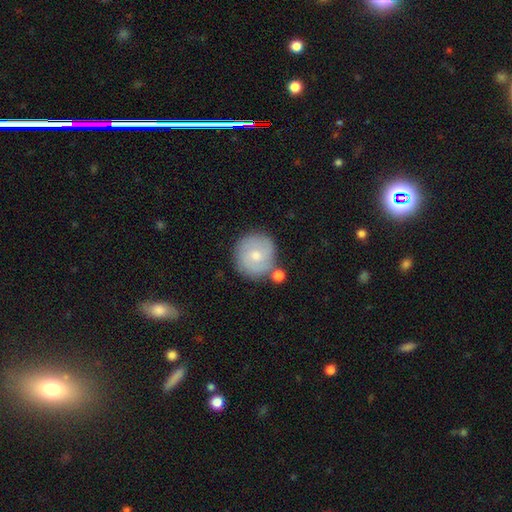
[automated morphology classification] The model was most divided on "smooth or featured": smooth: 53%, featured or disk: 40%, star or artifact: 7%. More confident: how rounded — round (92%); merging — none (65%).